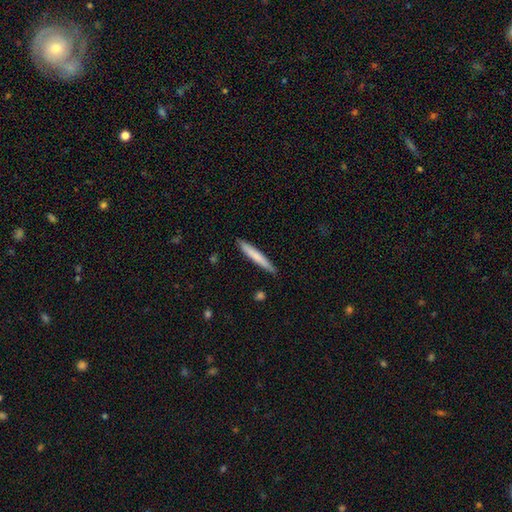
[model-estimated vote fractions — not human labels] Q: Smooth or featured?
A: smooth (74%); runner-up: featured or disk (21%)
Q: How rounded?
A: cigar-shaped (96%); runner-up: in between (3%)
Q: Merging?
A: none (89%); runner-up: minor disturbance (9%)